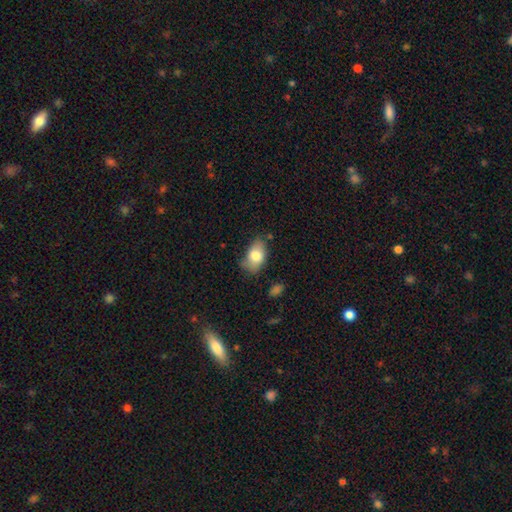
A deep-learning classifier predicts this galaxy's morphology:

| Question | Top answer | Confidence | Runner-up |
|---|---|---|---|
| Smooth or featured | smooth | 78% | featured or disk (15%) |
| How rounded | in between | 90% | round (9%) |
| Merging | none | 63% | minor disturbance (28%) |